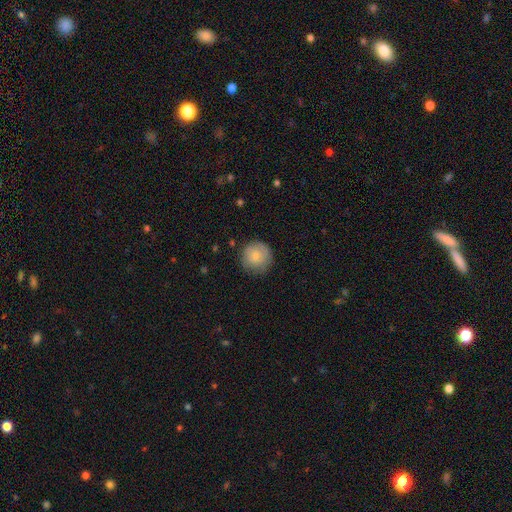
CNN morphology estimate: A smooth galaxy with no disk features (80%) that is round (95%).

Vote fractions:
- Smooth or featured? smooth: 80% / featured or disk: 13% / star or artifact: 7%
- How rounded? round: 95% / in between: 5% / cigar-shaped: 1%
- Merging? none: 80% / minor disturbance: 15% / major disturbance: 4% / merger: 1%